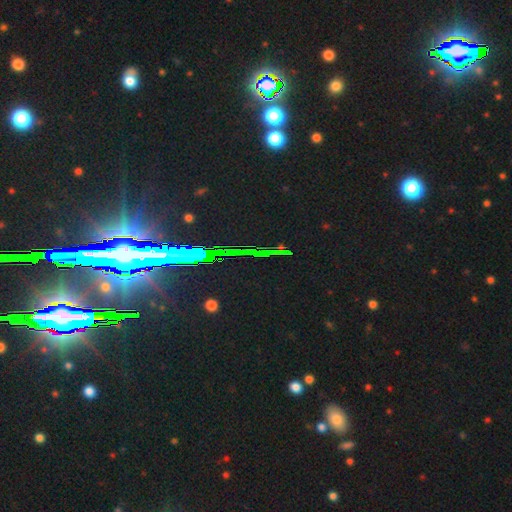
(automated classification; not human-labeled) Overall: star or artifact (83%).